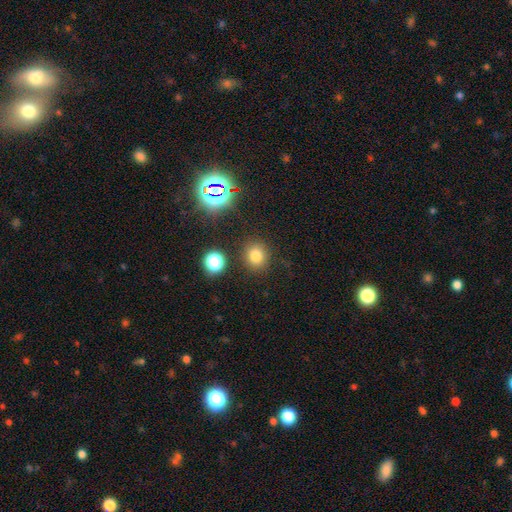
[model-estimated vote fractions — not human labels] Smooth or featured? smooth (76%)
How rounded? round (79%)
Merging? none (86%)